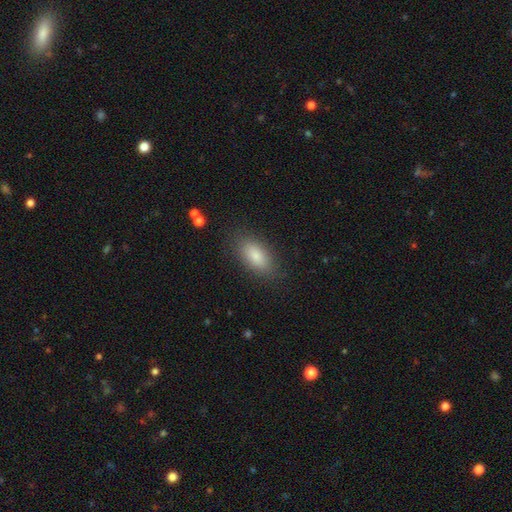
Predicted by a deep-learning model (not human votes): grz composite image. It shows a smooth galaxy with no disk features (83%) that is in between round and cigar-shaped (88%). Merging: none (84%).